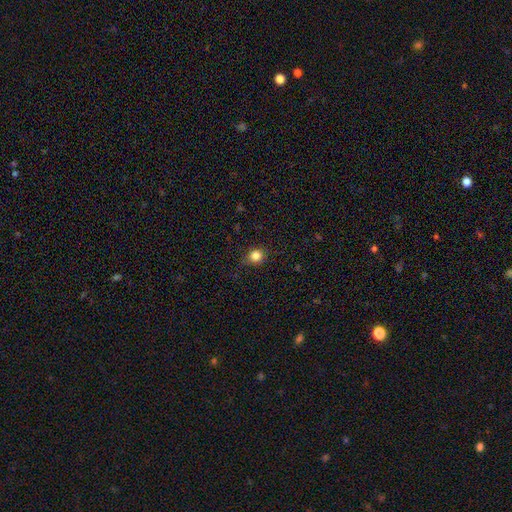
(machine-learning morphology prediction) A smooth galaxy with no disk features (83%) that is round (80%). Merging: none (84%).